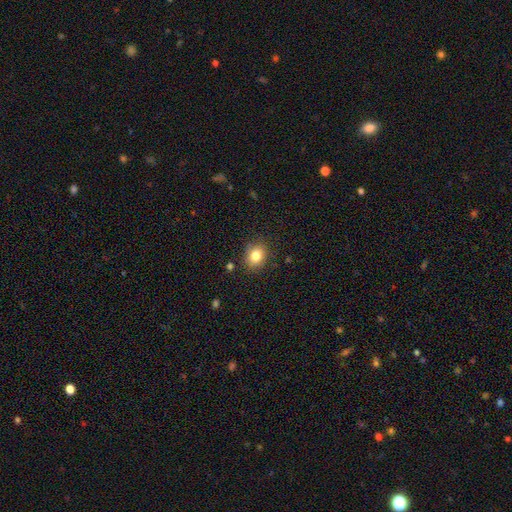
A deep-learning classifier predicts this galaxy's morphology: Smooth or featured: smooth — 81% (star or artifact — 11%)
How rounded: round — 60% (in between — 39%)
Merging: none — 85% (minor disturbance — 10%)